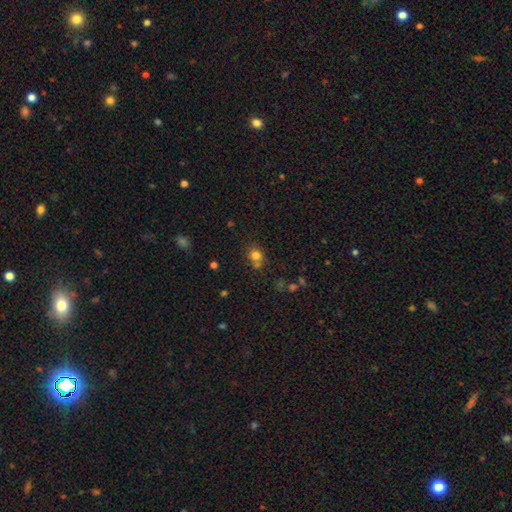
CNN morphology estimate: This appears to be a smooth galaxy with no disk features (77%) that is round (75%). Merging: none (58%).